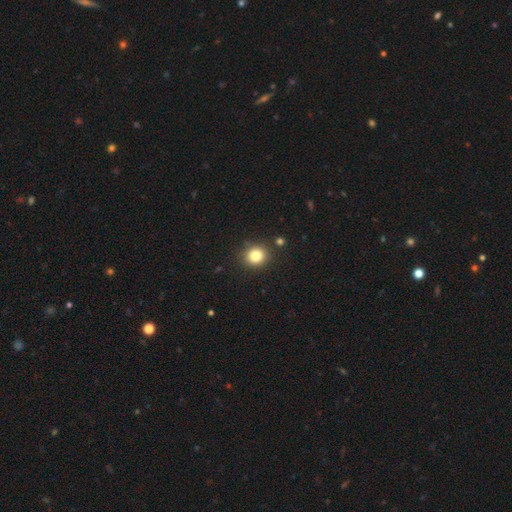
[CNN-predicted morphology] smooth_or_featured: smooth (p=0.83) [alt: star or artifact p=0.11]
how_rounded: round (p=0.82) [alt: in between p=0.17]
merging: none (p=0.86) [alt: minor disturbance p=0.08]